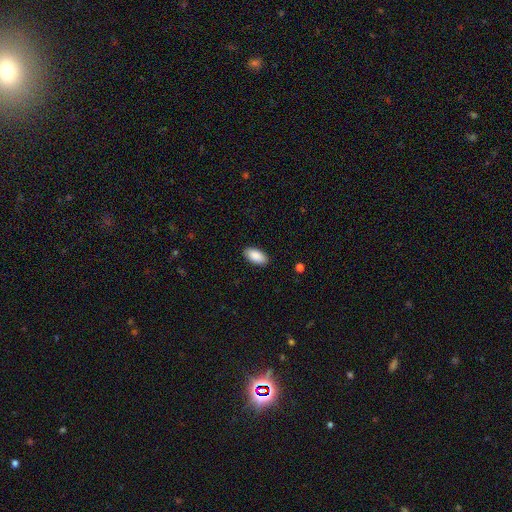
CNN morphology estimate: Q: Smooth or featured?
A: smooth (90%); runner-up: star or artifact (6%)
Q: How rounded?
A: in between (94%); runner-up: cigar-shaped (4%)
Q: Merging?
A: none (90%); runner-up: minor disturbance (8%)